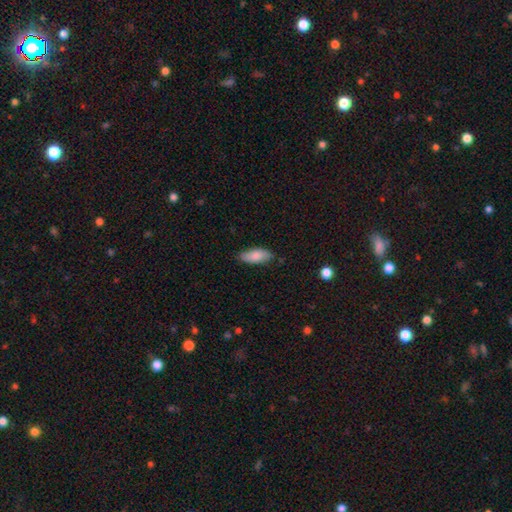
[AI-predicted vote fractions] smooth_or_featured: smooth (p=0.83) [alt: featured or disk p=0.11]
how_rounded: in between (p=0.80) [alt: cigar-shaped p=0.18]
merging: none (p=0.81) [alt: minor disturbance p=0.15]